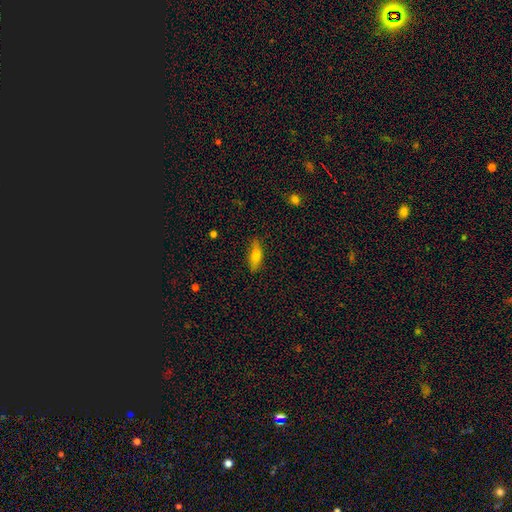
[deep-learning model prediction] A smooth galaxy with no disk features (71%) that is in between round and cigar-shaped (58%). Merging: none (84%).